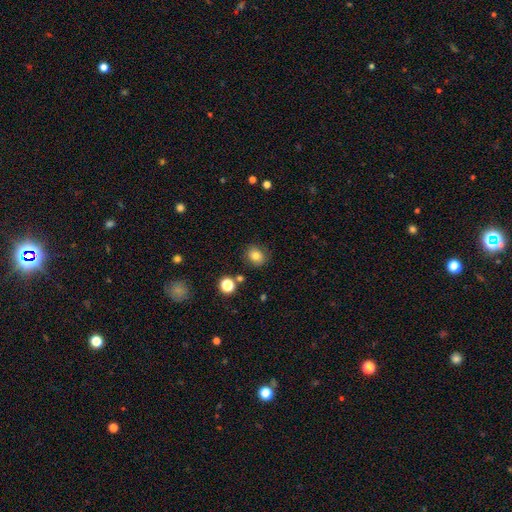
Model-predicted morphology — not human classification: This appears to be a smooth galaxy with no disk features (79%) that is round (76%). Merging: none (83%).